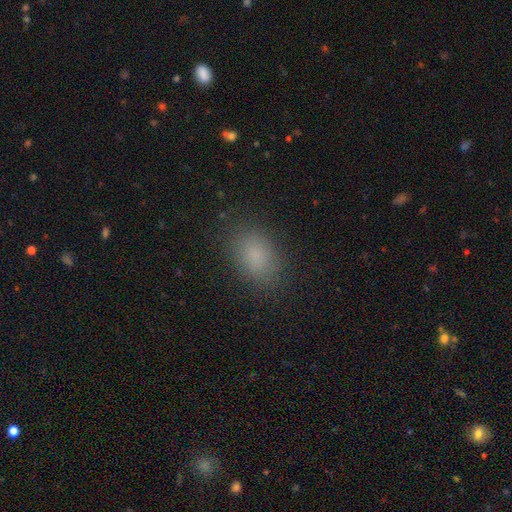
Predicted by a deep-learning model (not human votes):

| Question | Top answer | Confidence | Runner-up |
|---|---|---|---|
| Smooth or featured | smooth | 83% | star or artifact (12%) |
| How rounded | in between | 82% | round (17%) |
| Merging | none | 84% | minor disturbance (11%) |